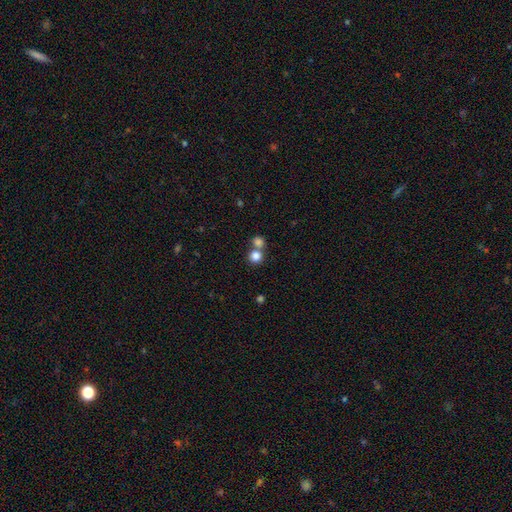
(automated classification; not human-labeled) Overall: smooth (82%). How rounded: round (89%). Merging: none (53%; merger 38%).